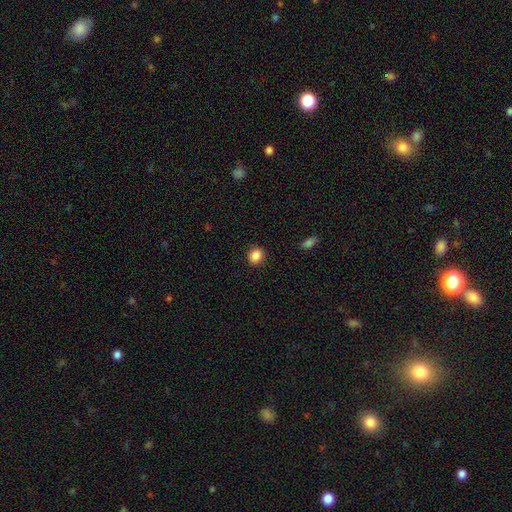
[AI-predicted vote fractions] A smooth galaxy with no disk features (87%) that is round (75%). Merging: none (90%).